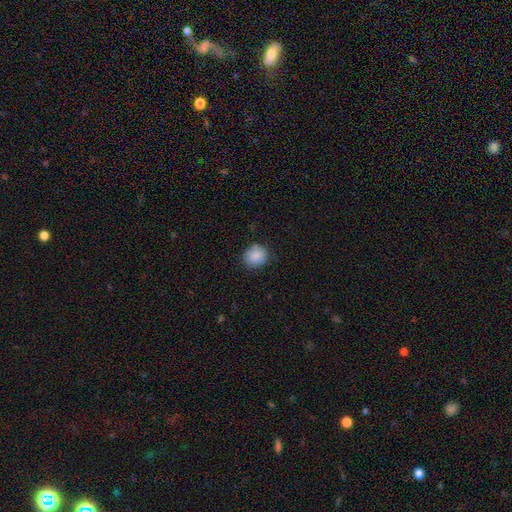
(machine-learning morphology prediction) Smooth or featured? smooth (86%)
How rounded? round (75%)
Merging? none (80%)